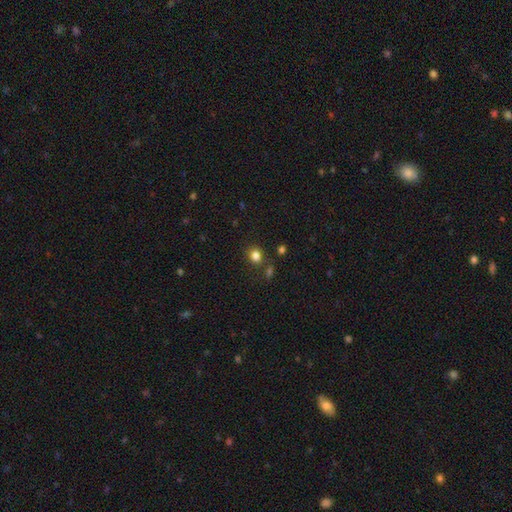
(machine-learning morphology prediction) Smooth or featured: smooth — 82% (star or artifact — 13%)
How rounded: round — 71% (in between — 28%)
Merging: none — 78% (minor disturbance — 11%)